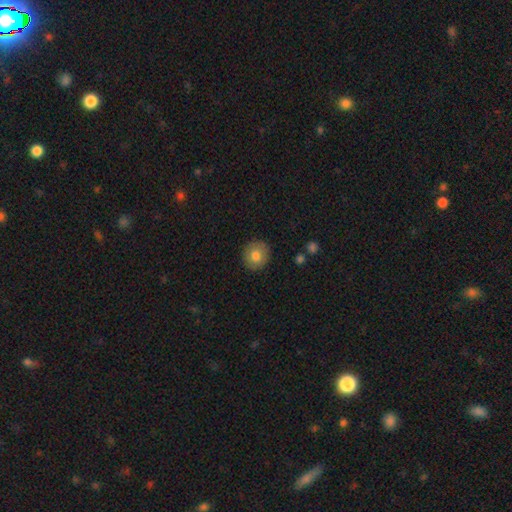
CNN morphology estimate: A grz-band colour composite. It shows a smooth galaxy with no disk features (81%) that is round (89%). Merging: none (90%).